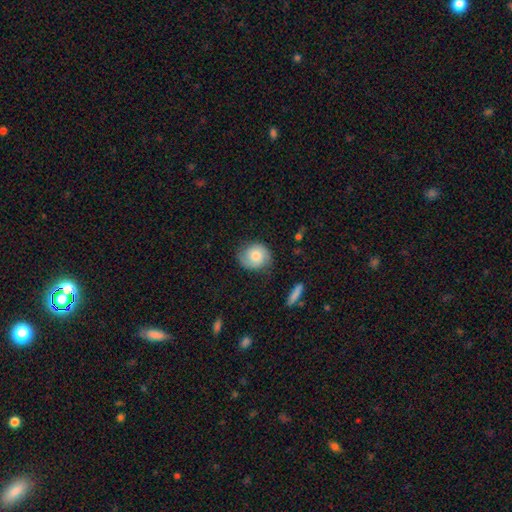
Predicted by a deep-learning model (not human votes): Morphology: type=smooth (61%); roundness=round (79%); merging=none (73%).